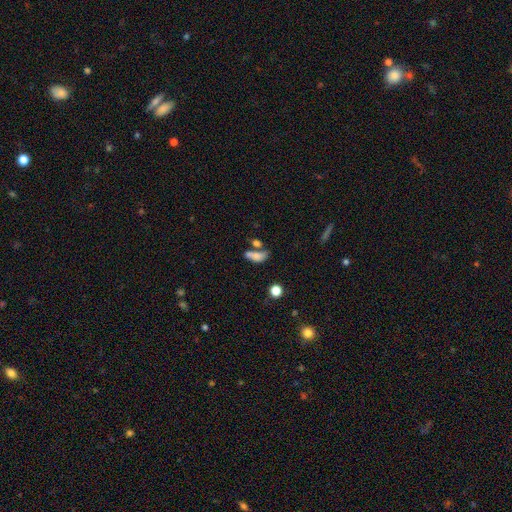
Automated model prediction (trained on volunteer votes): Overall: smooth (73%). How rounded: in between (78%). Merging: merger (43%; none 29%).